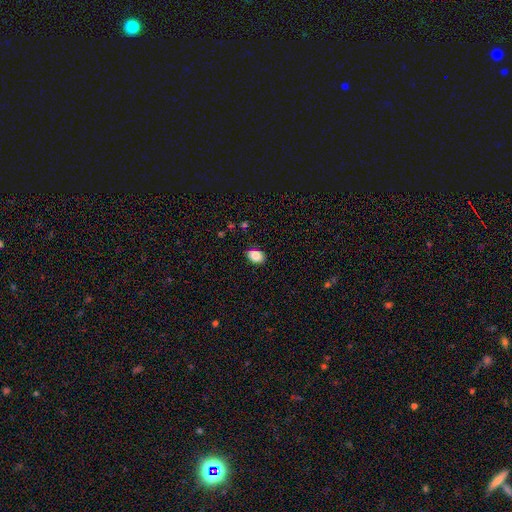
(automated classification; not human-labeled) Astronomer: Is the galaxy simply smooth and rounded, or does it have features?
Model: smooth — 87%.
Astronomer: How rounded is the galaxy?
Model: in between — 77%.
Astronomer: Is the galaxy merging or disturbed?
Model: none — 83%.